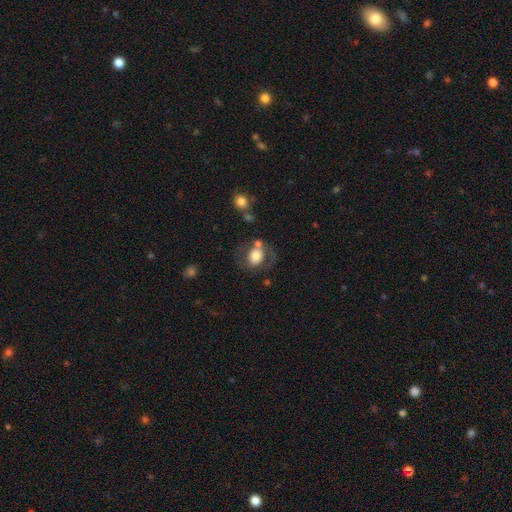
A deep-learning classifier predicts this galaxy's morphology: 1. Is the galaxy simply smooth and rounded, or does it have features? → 68% smooth, 24% featured or disk, 9% star or artifact.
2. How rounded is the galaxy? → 57% round, 42% in between, 1% cigar-shaped.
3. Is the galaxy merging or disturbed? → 55% none, 18% minor disturbance, 14% major disturbance, 13% merger.